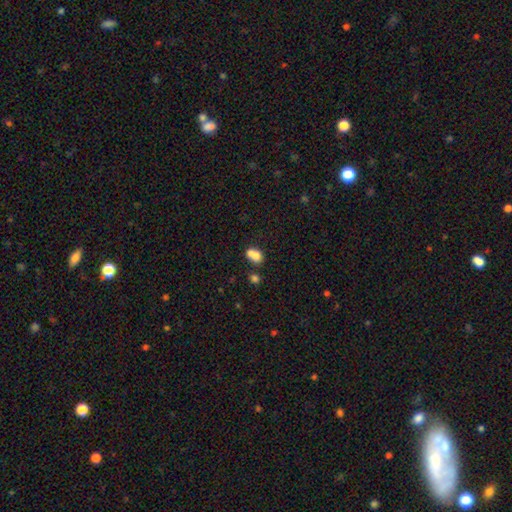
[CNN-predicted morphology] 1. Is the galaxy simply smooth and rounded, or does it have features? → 73% smooth, 16% featured or disk, 10% star or artifact.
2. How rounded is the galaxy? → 56% round, 43% in between, 1% cigar-shaped.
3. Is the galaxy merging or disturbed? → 62% merger, 26% none, 8% minor disturbance, 4% major disturbance.